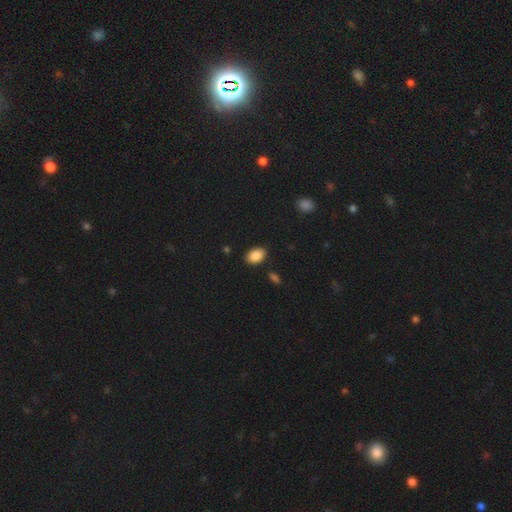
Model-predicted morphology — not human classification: The model was most divided on "how rounded": in between: 83%, round: 16%, cigar-shaped: 1%. More confident: smooth or featured — smooth (88%); merging — none (86%).